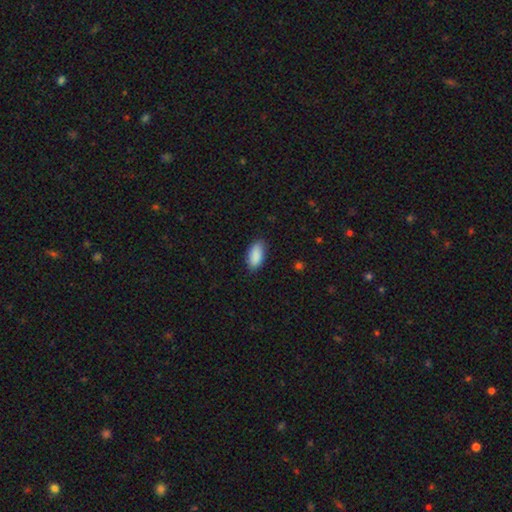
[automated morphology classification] smooth_or_featured: smooth (p=0.89) [alt: star or artifact p=0.06]
how_rounded: in between (p=0.93) [alt: cigar-shaped p=0.05]
merging: none (p=0.83) [alt: minor disturbance p=0.14]